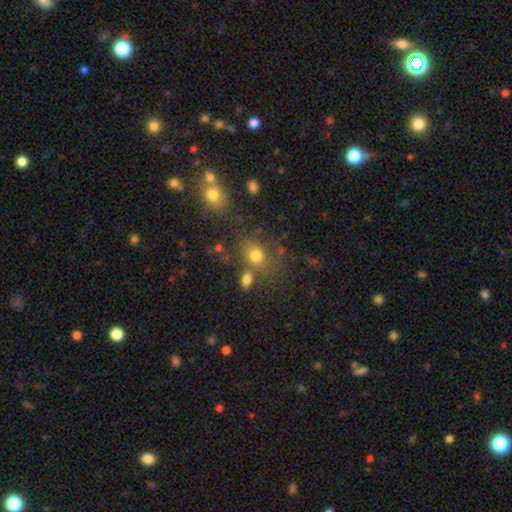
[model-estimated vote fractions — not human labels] This is likely a smooth galaxy (73%). How rounded: possibly round (55%). Merging: possibly none (59%).